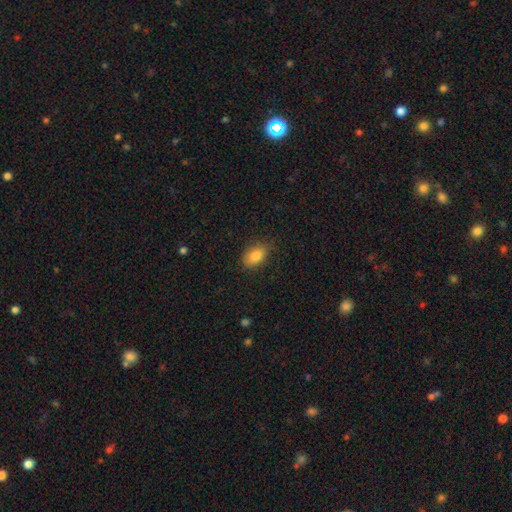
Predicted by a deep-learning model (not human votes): smooth-or-featured: smooth: 83% | star or artifact: 9% | featured or disk: 8%
  how-rounded: in between: 86% | round: 11% | cigar-shaped: 3%
  merging: none: 77% | minor disturbance: 18% | major disturbance: 4% | merger: 1%